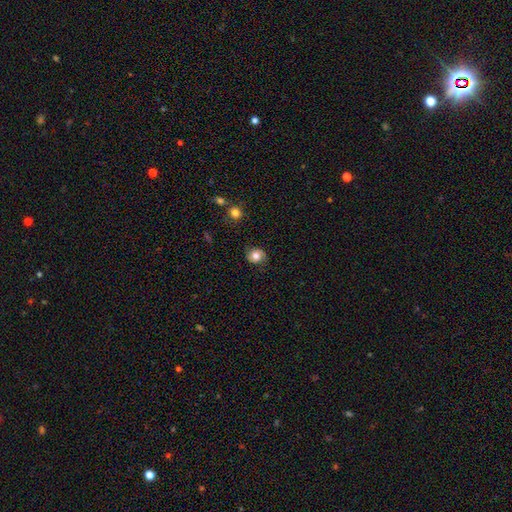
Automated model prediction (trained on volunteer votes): This is likely a smooth galaxy (66%). How rounded: likely round (75%). Merging: likely none (79%).